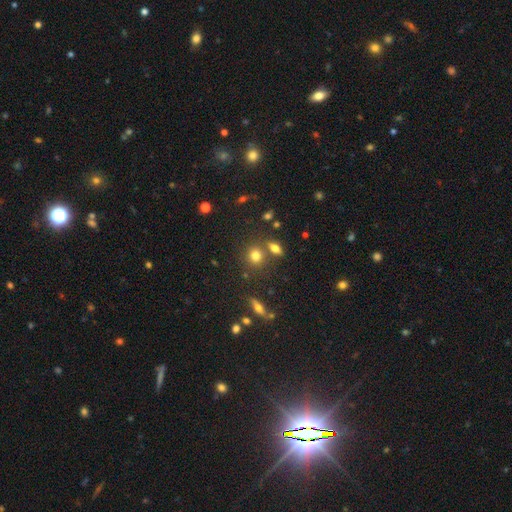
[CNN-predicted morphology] type=smooth (74%); roundness=round (74%); merging=none (70%).